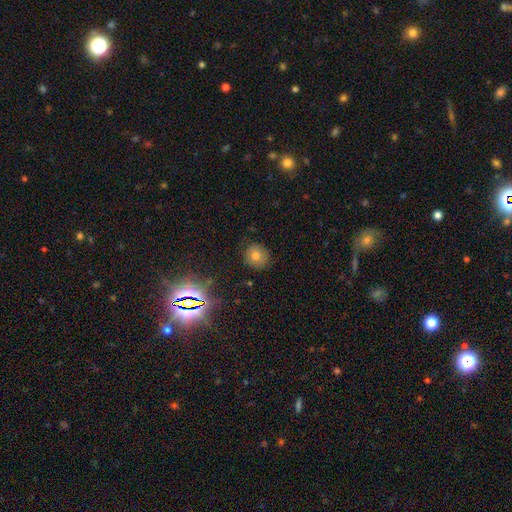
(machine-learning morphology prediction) Smooth or featured?
  - smooth: 69% *
  - star or artifact: 18%
  - featured or disk: 13%
How rounded?
  - round: 87% *
  - in between: 12%
  - cigar-shaped: 1%
Merging?
  - none: 84% *
  - minor disturbance: 12%
  - major disturbance: 3%
  - merger: 1%